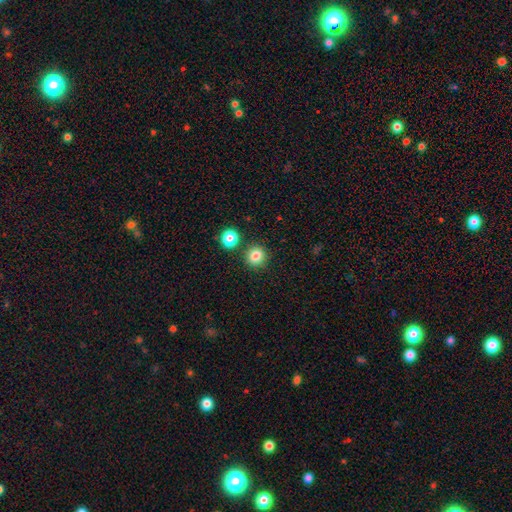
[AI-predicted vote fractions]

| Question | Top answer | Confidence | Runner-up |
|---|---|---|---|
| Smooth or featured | smooth | 82% | star or artifact (12%) |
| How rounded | round | 92% | in between (7%) |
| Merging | none | 84% | minor disturbance (7%) |